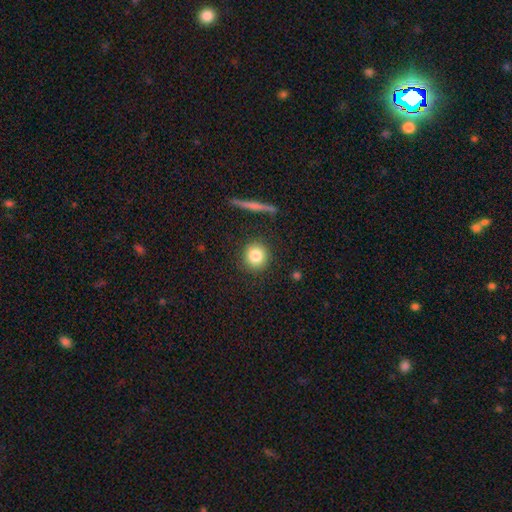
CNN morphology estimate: Q: Smooth or featured?
A: smooth (82%); runner-up: star or artifact (9%)
Q: How rounded?
A: round (90%); runner-up: in between (8%)
Q: Merging?
A: none (89%); runner-up: minor disturbance (7%)